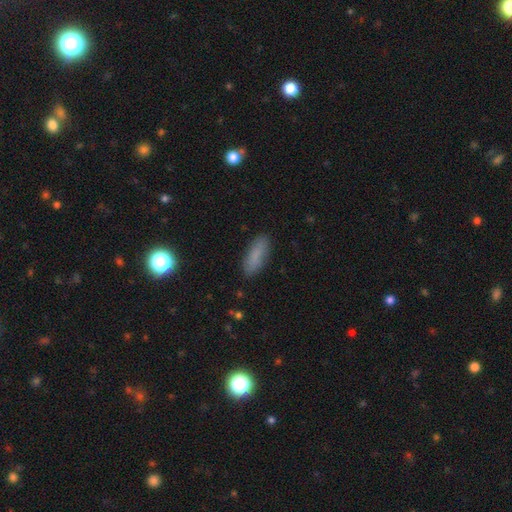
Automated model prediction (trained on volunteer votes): This appears to be a smooth galaxy with no disk features (83%) that is in between round and cigar-shaped (60%). Merging: none (86%).